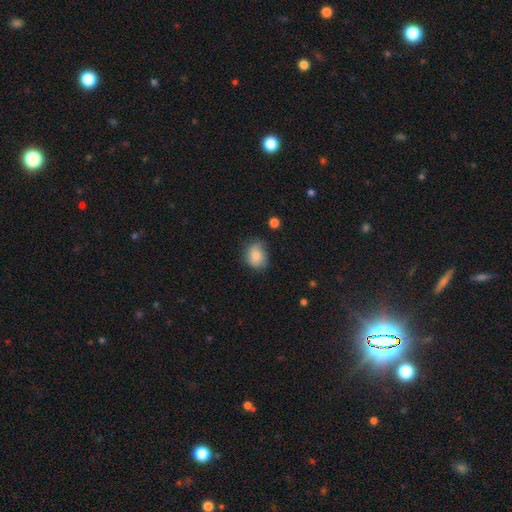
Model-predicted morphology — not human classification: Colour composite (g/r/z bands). It shows a smooth galaxy with no disk features (82%) that is round (53%). Merging: none (58%).